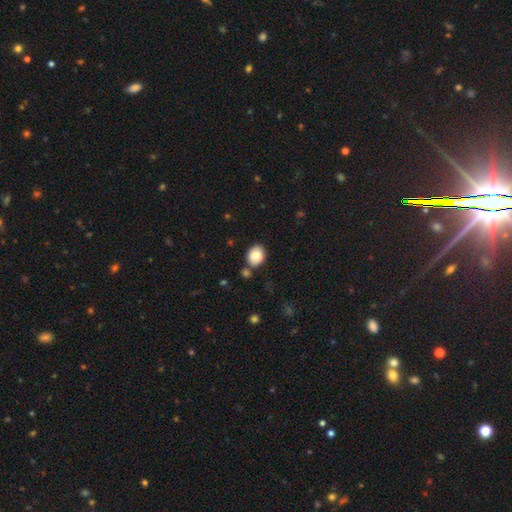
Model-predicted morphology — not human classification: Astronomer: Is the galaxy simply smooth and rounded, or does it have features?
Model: smooth — 87%.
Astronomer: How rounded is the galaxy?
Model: in between — 51% (runner-up: round, 48%).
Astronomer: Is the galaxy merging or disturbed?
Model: none — 75%.